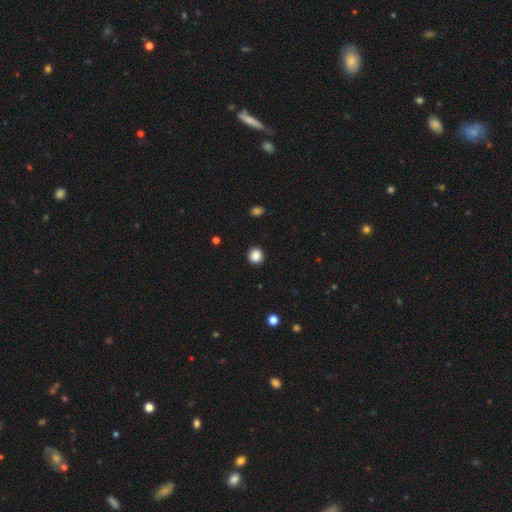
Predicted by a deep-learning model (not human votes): This appears to be a smooth galaxy with no disk features (87%) that is round (92%). Merging: none (92%).